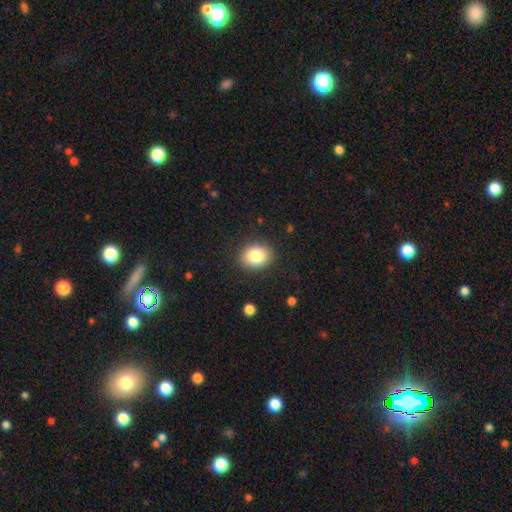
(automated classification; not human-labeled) Smooth or featured? Predicted: smooth (p=0.83). How rounded? Predicted: round (p=0.51). Merging? Predicted: none (p=0.88).